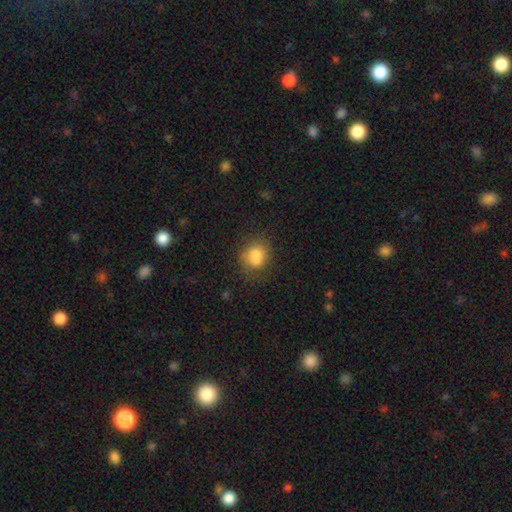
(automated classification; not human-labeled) Morphology: type=smooth (79%); roundness=round (59%); merging=none (56%).